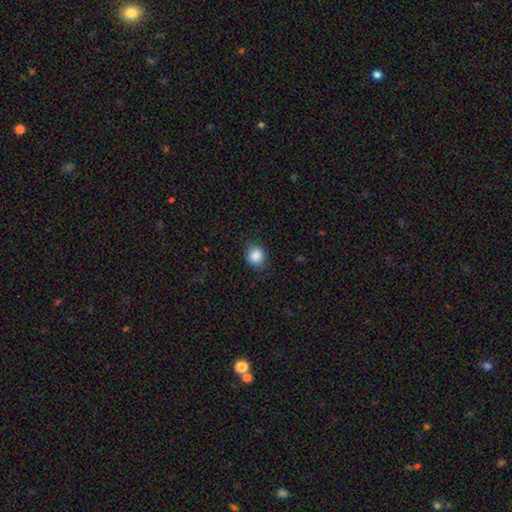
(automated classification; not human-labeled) This is clearly a smooth galaxy (87%). How rounded: likely round (75%). Merging: clearly none (80%).